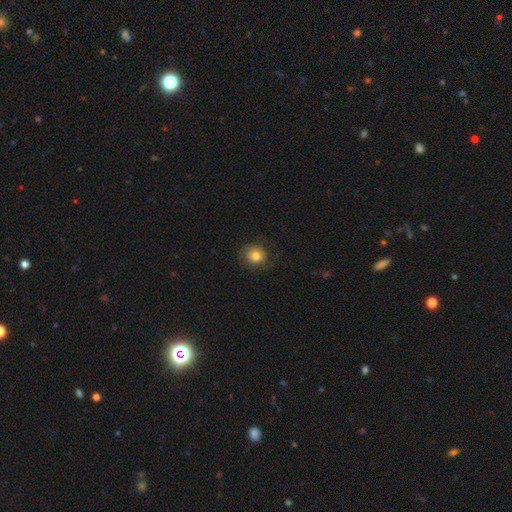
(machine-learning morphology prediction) Overall: smooth (80%). How rounded: round (80%). Merging: none (75%).